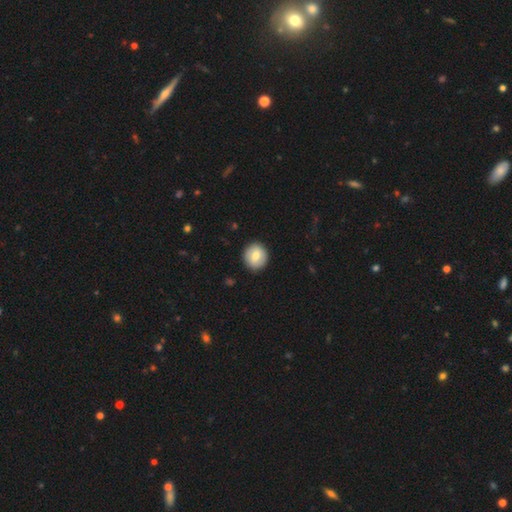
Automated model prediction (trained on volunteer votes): Smooth or featured? Predicted: smooth (p=0.73). How rounded? Predicted: round (p=0.91). Merging? Predicted: none (p=0.91).